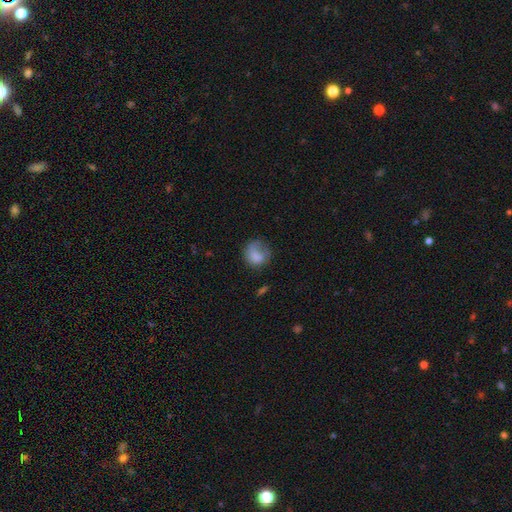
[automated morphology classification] The model was most divided on "merging": none: 41%, minor disturbance: 28%, major disturbance: 27%, merger: 4%. More confident: smooth or featured — smooth (72%); how rounded — round (70%).